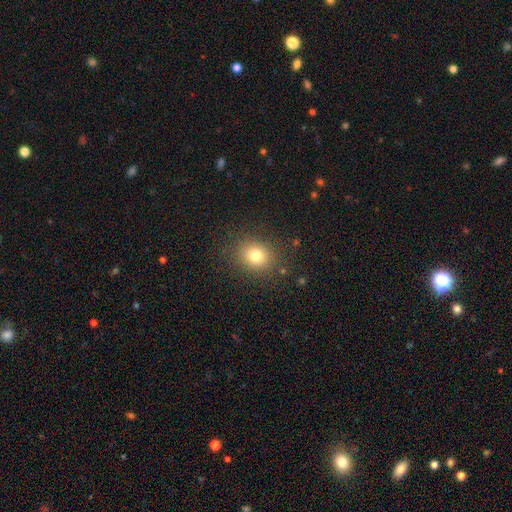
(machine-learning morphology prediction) This appears to be a smooth galaxy with no disk features (78%) that is round (69%). Merging: none (86%).